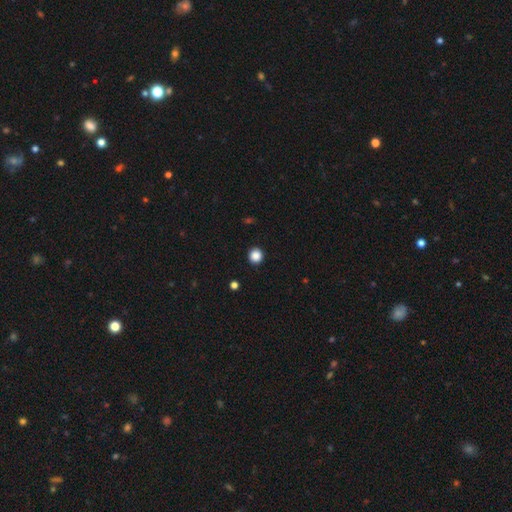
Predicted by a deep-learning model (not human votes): A smooth galaxy with no disk features (87%) that is round (93%). Merging: none (93%).